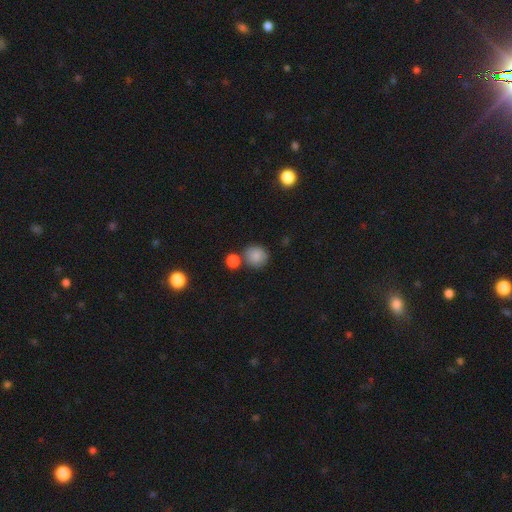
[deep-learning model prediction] This appears to be a smooth galaxy with no disk features (84%) that is round (87%). Merging: none (71%).